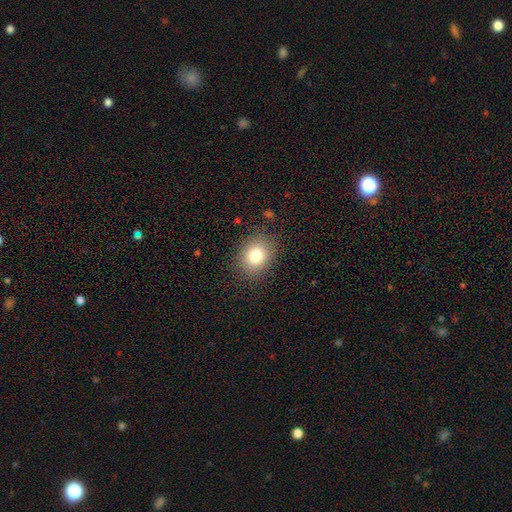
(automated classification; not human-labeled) Smooth or featured?
  - smooth: 80% *
  - star or artifact: 11%
  - featured or disk: 9%
How rounded?
  - in between: 50% *
  - round: 49%
  - cigar-shaped: 1%
Merging?
  - none: 85% *
  - minor disturbance: 10%
  - major disturbance: 4%
  - merger: 1%